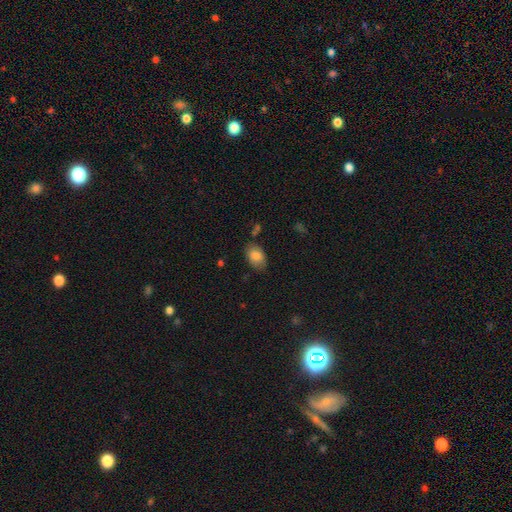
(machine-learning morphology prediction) Smooth or featured? Predicted: smooth (p=0.84). How rounded? Predicted: in between (p=0.86). Merging? Predicted: none (p=0.78).